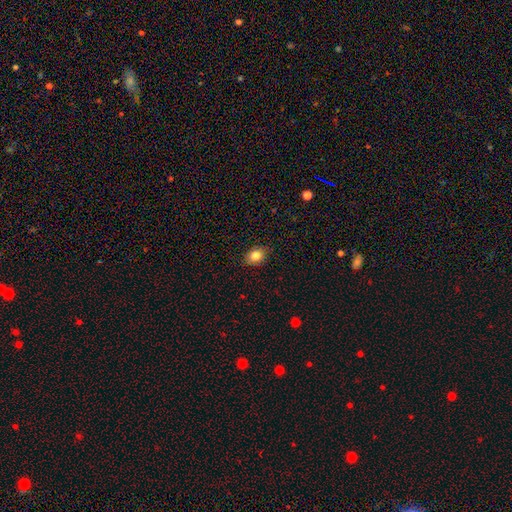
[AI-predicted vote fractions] Morphology: type=smooth (82%); roundness=in between (57%); merging=none (86%).